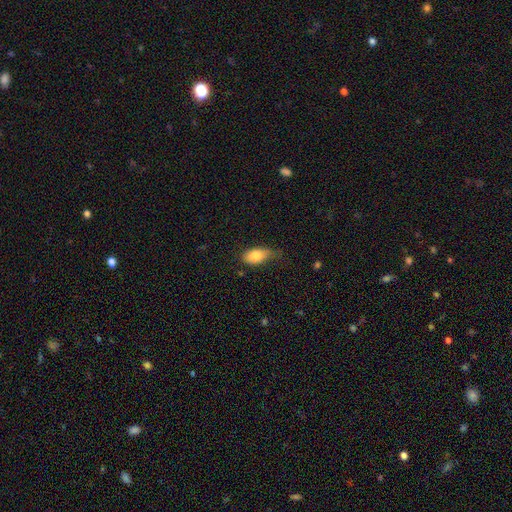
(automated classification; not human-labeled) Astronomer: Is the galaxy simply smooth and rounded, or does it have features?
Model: smooth — 81%.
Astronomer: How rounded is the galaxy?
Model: in between — 89%.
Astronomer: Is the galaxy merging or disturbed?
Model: none — 49% (runner-up: minor disturbance, 39%).